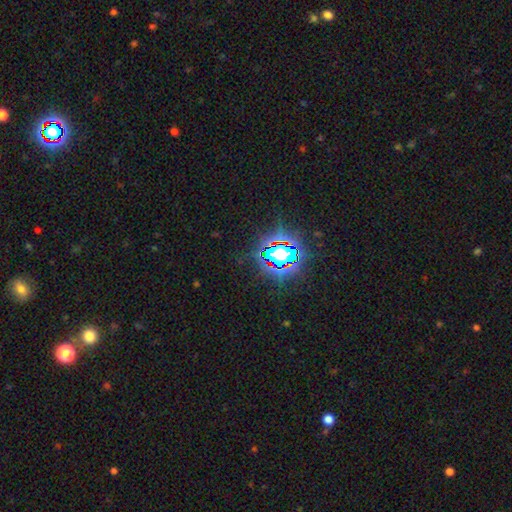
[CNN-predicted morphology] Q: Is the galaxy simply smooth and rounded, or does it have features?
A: star or artifact — 80%.